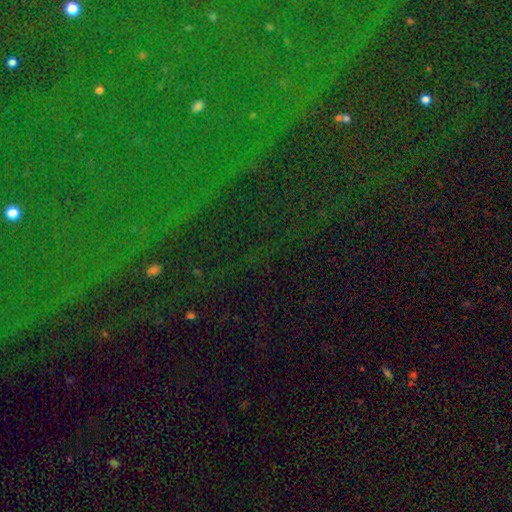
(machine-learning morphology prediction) Smooth or featured: star or artifact — 81% (featured or disk — 9%)